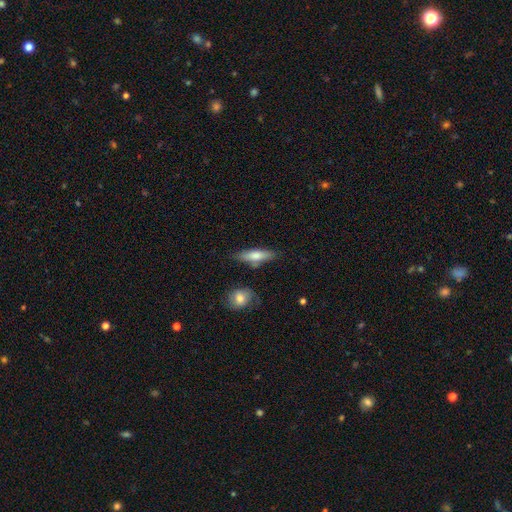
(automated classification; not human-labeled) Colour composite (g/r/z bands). It shows a smooth galaxy with no disk features (68%) that is cigar-shaped (60%). Merging: none (75%).